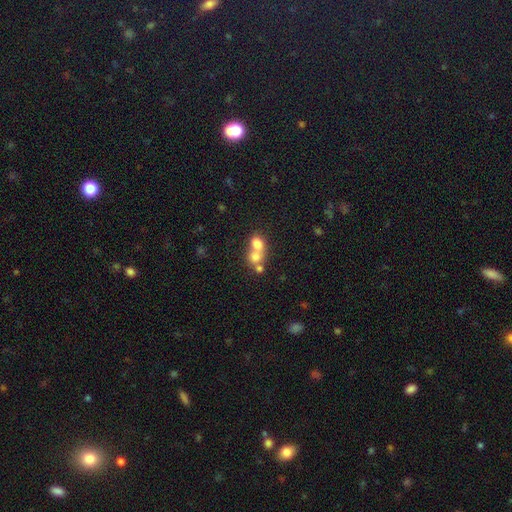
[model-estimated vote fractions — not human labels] Smooth or featured? Predicted: smooth (p=0.70). How rounded? Predicted: round (p=0.59). Merging? Predicted: merger (p=0.70).